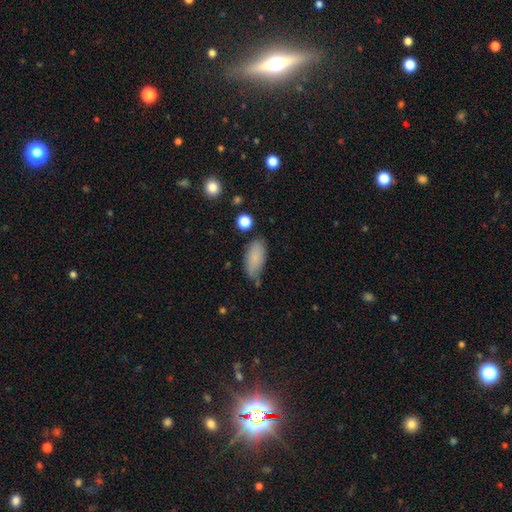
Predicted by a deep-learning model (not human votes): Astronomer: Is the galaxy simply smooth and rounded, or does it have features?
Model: smooth — 84%.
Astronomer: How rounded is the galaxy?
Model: in between — 90%.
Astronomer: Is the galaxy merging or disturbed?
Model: none — 61%.